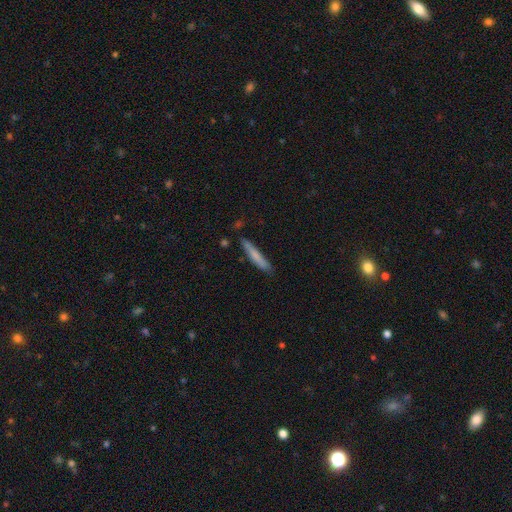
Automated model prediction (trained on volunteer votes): This is likely a smooth galaxy (71%). How rounded: clearly cigar-shaped (93%). Merging: likely none (79%).